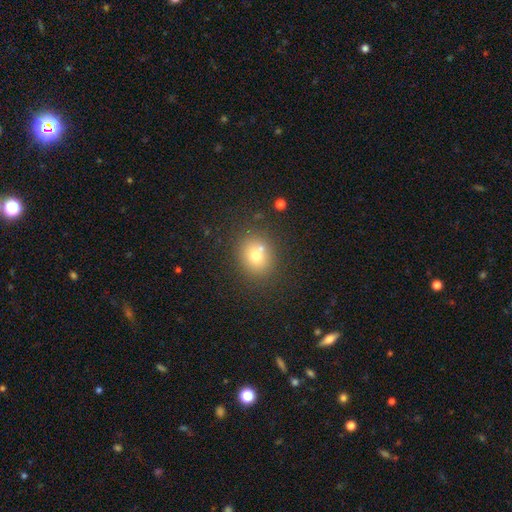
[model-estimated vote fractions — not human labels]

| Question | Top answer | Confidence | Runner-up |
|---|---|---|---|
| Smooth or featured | smooth | 71% | star or artifact (15%) |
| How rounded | round | 69% | in between (30%) |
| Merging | none | 67% | merger (19%) |